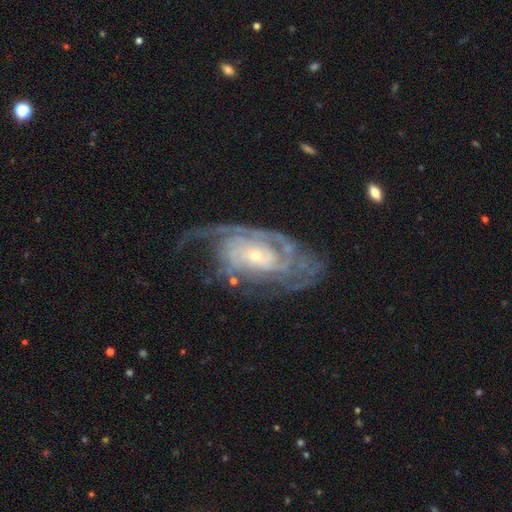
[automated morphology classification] smooth_or_featured: featured or disk (p=0.87) [alt: smooth p=0.07]
disk_edge_on: no (p=0.95) [alt: yes p=0.05]
bar: no (p=0.69) [alt: weak p=0.23]
has_spiral_arms: yes (p=0.94) [alt: no p=0.06]
spiral_winding: tight (p=0.62) [alt: medium p=0.29]
spiral_arm_count: can't tell (p=0.36) [alt: 2 p=0.24]
bulge_size: small (p=0.73) [alt: moderate p=0.22]
merging: none (p=0.56) [alt: major disturbance p=0.21]